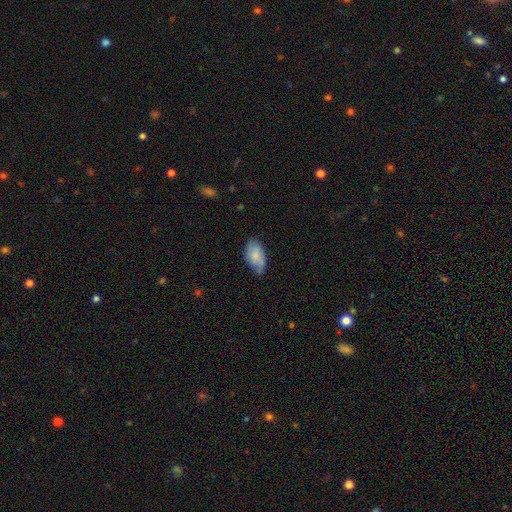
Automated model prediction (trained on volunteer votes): Smooth or featured? Predicted: smooth (p=0.70). How rounded? Predicted: in between (p=0.94). Merging? Predicted: none (p=0.54).